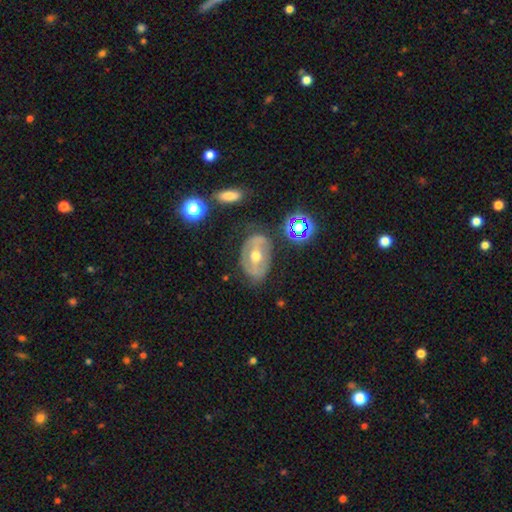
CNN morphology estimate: Smooth or featured: featured or disk — 66% (smooth — 24%)
Edge-on disk: no — 92% (yes — 8%)
Bar: weak — 34% (no — 33%)
Spiral arms: no — 55% (yes — 45%)
Bulge size: moderate — 75% (small — 17%)
Merging: none — 67% (minor disturbance — 19%)